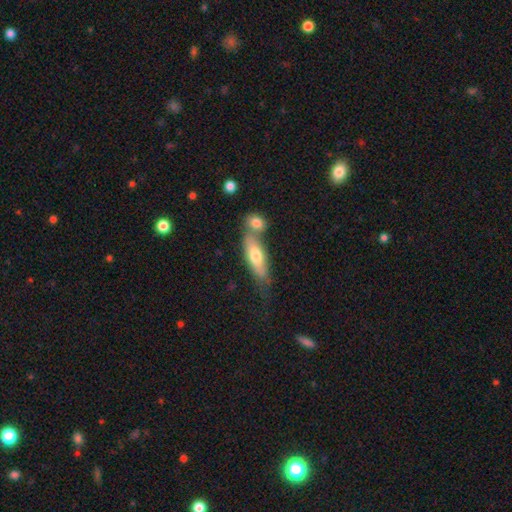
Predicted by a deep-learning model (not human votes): Smooth or featured? Predicted: smooth (p=0.66). How rounded? Predicted: in between (p=0.53). Merging? Predicted: none (p=0.41).